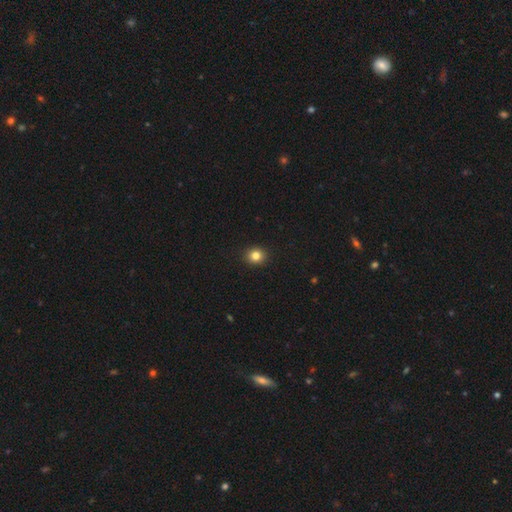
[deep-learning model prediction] Smooth or featured: smooth — 83% (star or artifact — 12%)
How rounded: round — 79% (in between — 20%)
Merging: none — 92% (minor disturbance — 6%)